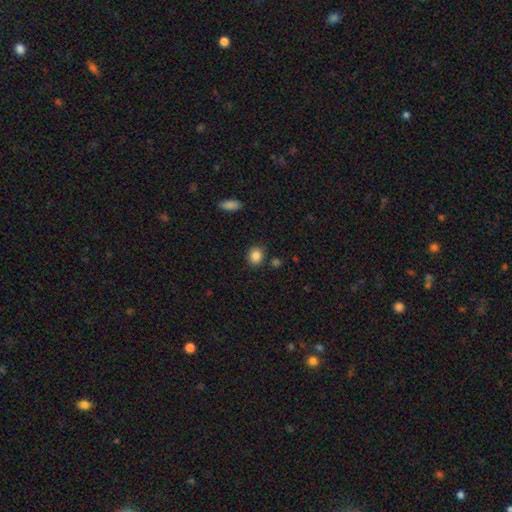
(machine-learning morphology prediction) smooth-or-featured: smooth: 87% | star or artifact: 9% | featured or disk: 4%
  how-rounded: round: 67% | in between: 32% | cigar-shaped: 1%
  merging: none: 83% | minor disturbance: 10% | merger: 4% | major disturbance: 3%